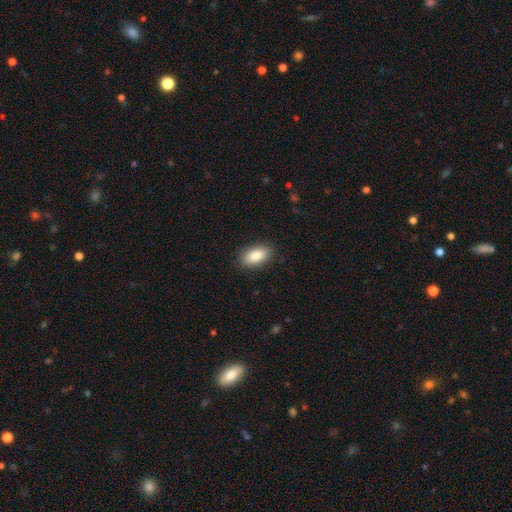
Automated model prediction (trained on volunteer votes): Overall: smooth (85%). How rounded: in between (91%). Merging: none (88%).